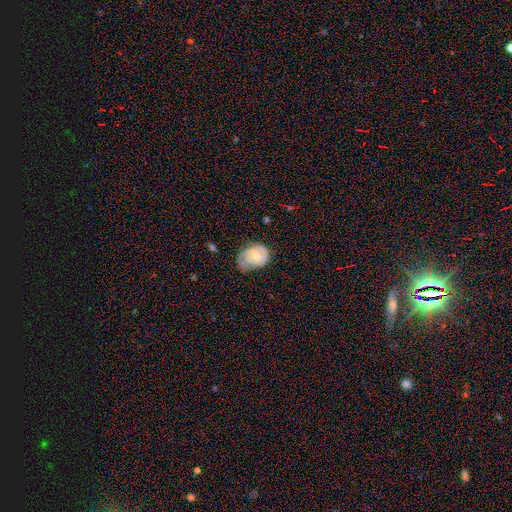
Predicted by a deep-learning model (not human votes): featured or disk 61%, smooth 33%, star or artifact 6%. Down the decision tree: edge-on disk — no (97%); bar — no (71%); spiral arms — yes (81%); bulge size — moderate (53%); merging — none (42%).